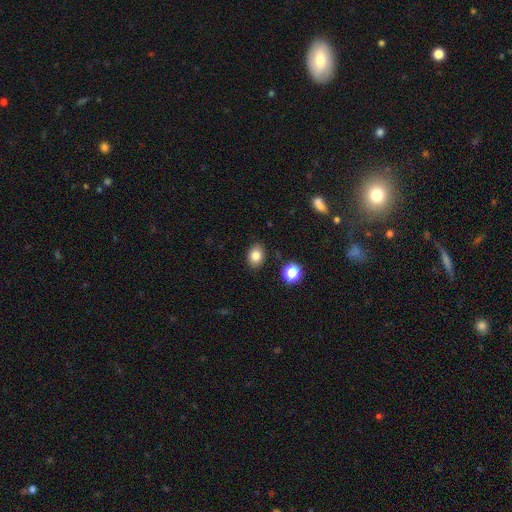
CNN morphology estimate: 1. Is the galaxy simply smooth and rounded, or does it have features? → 81% smooth, 11% star or artifact, 8% featured or disk.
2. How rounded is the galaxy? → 69% in between, 30% round, 1% cigar-shaped.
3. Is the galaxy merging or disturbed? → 87% none, 9% minor disturbance, 2% major disturbance, 2% merger.